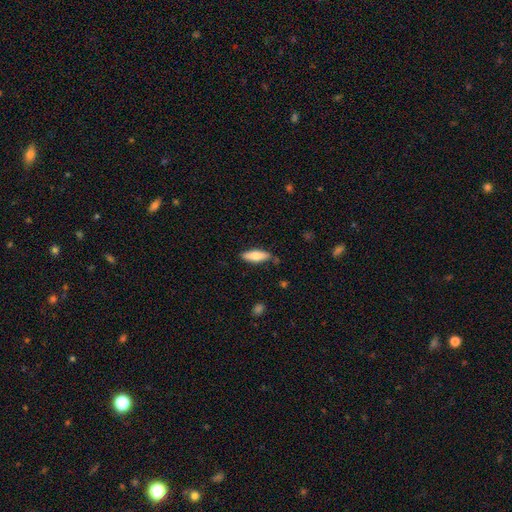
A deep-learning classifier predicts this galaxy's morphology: Smooth or featured: smooth — 73% (featured or disk — 21%)
How rounded: in between — 56% (cigar-shaped — 42%)
Merging: none — 79% (minor disturbance — 15%)